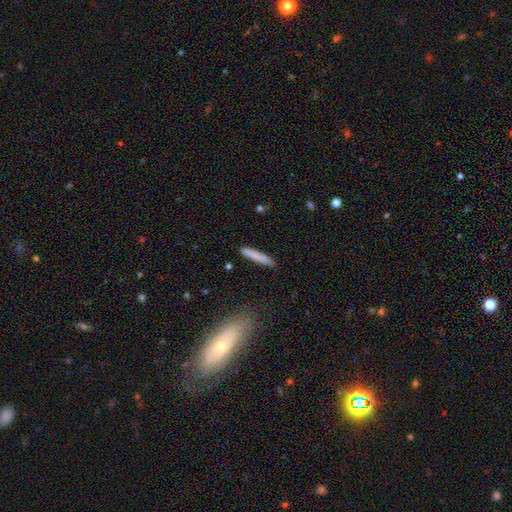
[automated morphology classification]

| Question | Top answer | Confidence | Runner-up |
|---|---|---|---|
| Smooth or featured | smooth | 76% | featured or disk (18%) |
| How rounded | cigar-shaped | 92% | in between (6%) |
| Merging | none | 85% | minor disturbance (11%) |